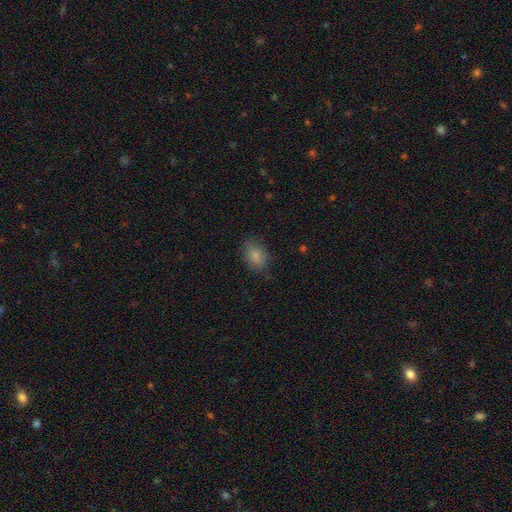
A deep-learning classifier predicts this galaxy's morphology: Smooth or featured: smooth — 85% (star or artifact — 9%)
How rounded: in between — 77% (round — 22%)
Merging: none — 78% (minor disturbance — 16%)